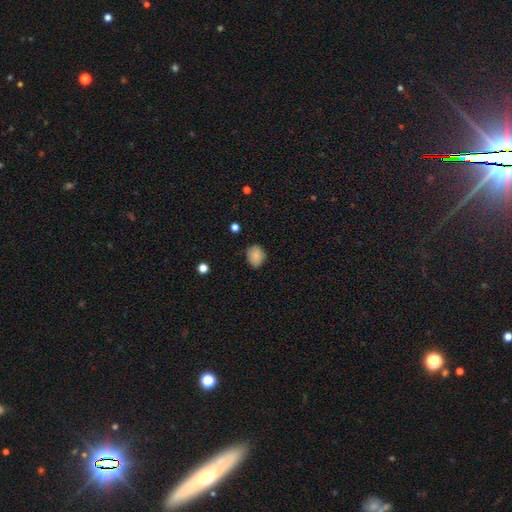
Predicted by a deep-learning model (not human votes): Smooth or featured? smooth (84%)
How rounded? round (55%)
Merging? none (77%)